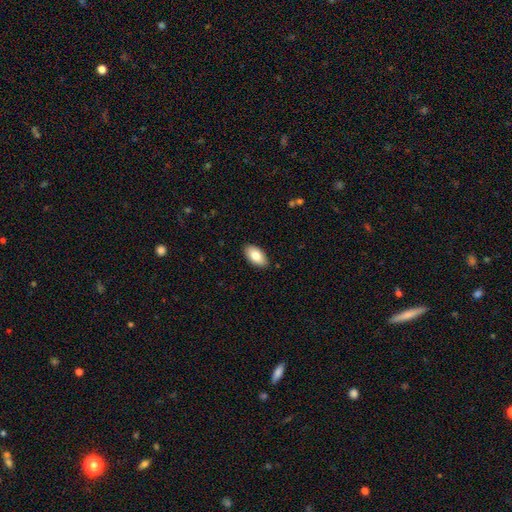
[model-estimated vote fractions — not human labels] Q: Smooth or featured?
A: smooth (83%); runner-up: featured or disk (10%)
Q: How rounded?
A: in between (95%); runner-up: round (3%)
Q: Merging?
A: none (88%); runner-up: minor disturbance (9%)